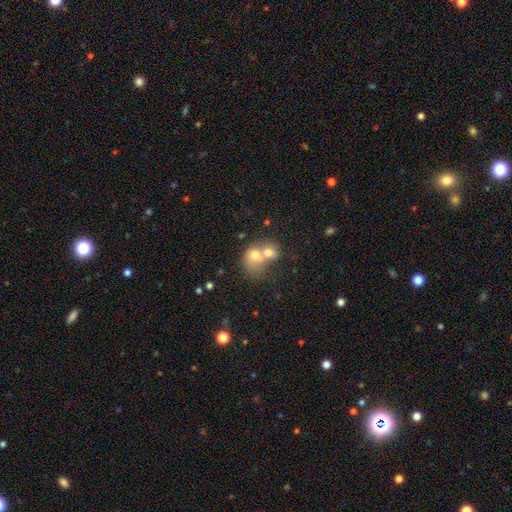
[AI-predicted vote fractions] smooth-or-featured: smooth: 62% | featured or disk: 28% | star or artifact: 10%
  how-rounded: in between: 50% | round: 49% | cigar-shaped: 1%
  merging: merger: 75% | none: 14% | minor disturbance: 6% | major disturbance: 5%